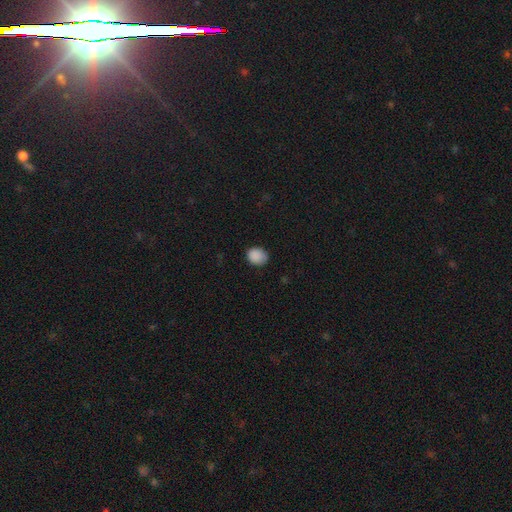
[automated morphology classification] This appears to be a smooth galaxy with no disk features (88%) that is round (63%). Merging: none (81%).